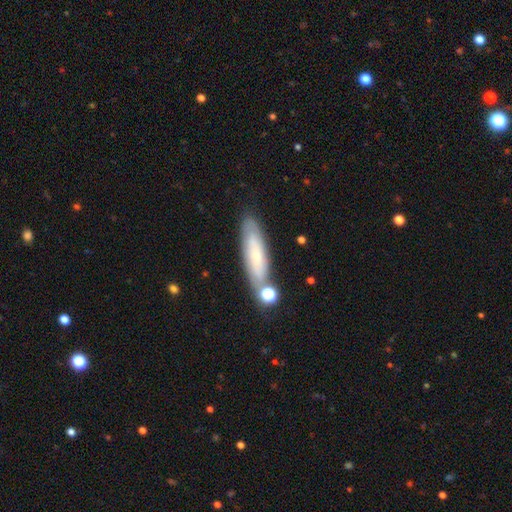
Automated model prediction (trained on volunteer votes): A smooth galaxy with no disk features (53%) that is cigar-shaped (68%).

Vote fractions:
- Smooth or featured? smooth: 53% / featured or disk: 39% / star or artifact: 8%
- How rounded? cigar-shaped: 68% / in between: 30% / round: 2%
- Merging? none: 70% / minor disturbance: 15% / merger: 11% / major disturbance: 4%